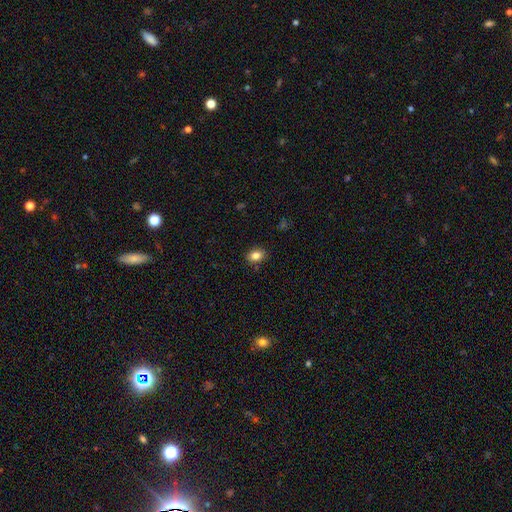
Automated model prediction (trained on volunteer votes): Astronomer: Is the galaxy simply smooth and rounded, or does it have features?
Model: smooth — 84%.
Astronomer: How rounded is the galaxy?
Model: in between — 71%.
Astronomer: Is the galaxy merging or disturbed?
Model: none — 88%.